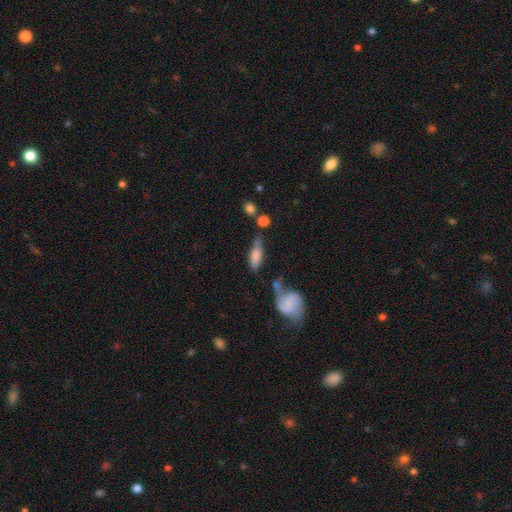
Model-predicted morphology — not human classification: smooth-or-featured: smooth: 63% | featured or disk: 28% | star or artifact: 9%
  how-rounded: in between: 59% | cigar-shaped: 37% | round: 4%
  merging: none: 42% | minor disturbance: 25% | merger: 18% | major disturbance: 15%